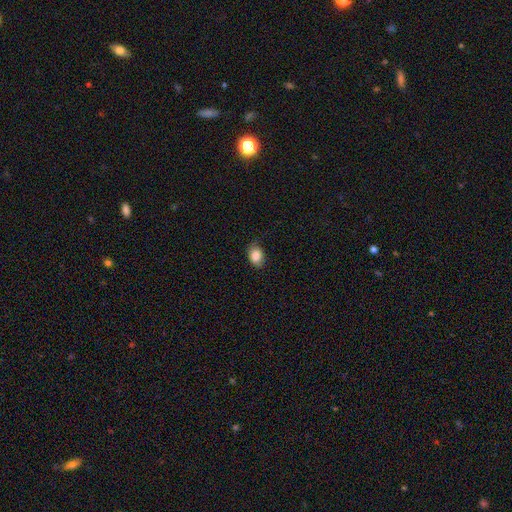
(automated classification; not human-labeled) Smooth or featured? smooth (84%)
How rounded? in between (73%)
Merging? none (70%)